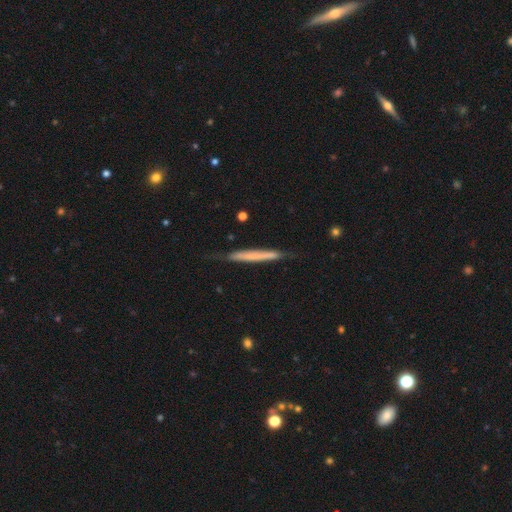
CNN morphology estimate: This is possibly a smooth galaxy (53%). How rounded: clearly cigar-shaped (96%). Merging: likely none (74%).